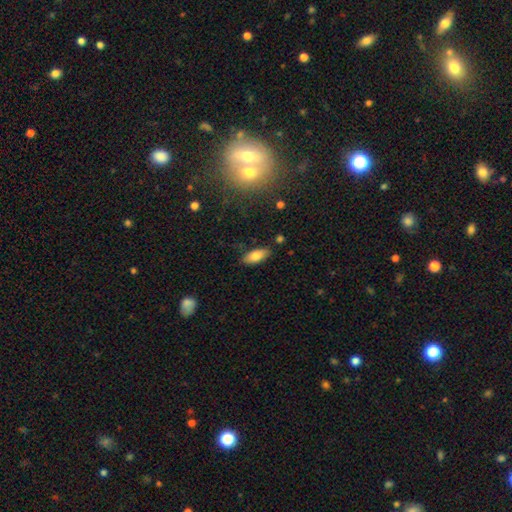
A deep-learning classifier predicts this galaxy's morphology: This appears to be a smooth galaxy with no disk features (80%) that is in between round and cigar-shaped (85%). Merging: none (83%).